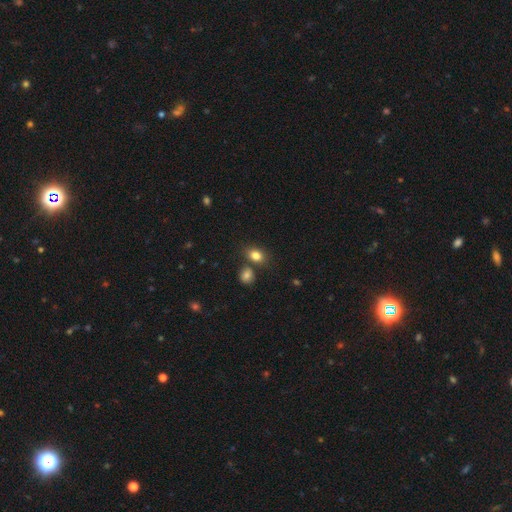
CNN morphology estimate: Overall: smooth (82%). How rounded: in between (66%; round 32%). Merging: none (66%).